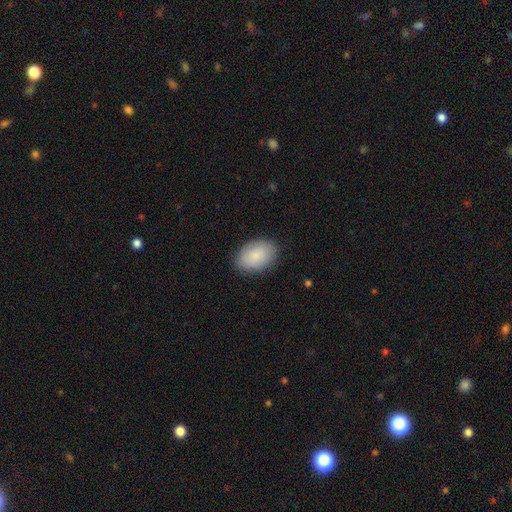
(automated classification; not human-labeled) Q: Smooth or featured?
A: smooth (86%); runner-up: featured or disk (8%)
Q: How rounded?
A: in between (87%); runner-up: round (12%)
Q: Merging?
A: none (85%); runner-up: minor disturbance (11%)